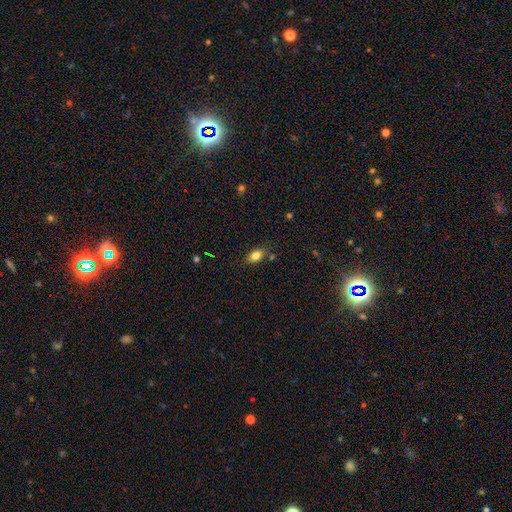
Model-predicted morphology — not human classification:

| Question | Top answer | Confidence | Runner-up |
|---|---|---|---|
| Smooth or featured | smooth | 81% | featured or disk (10%) |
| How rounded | in between | 86% | round (9%) |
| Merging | none | 78% | minor disturbance (14%) |